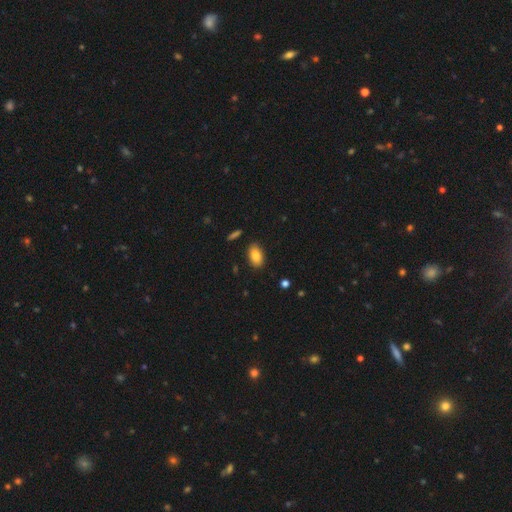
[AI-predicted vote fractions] A smooth galaxy with no disk features (86%) that is in between round and cigar-shaped (92%).

Vote fractions:
- Smooth or featured? smooth: 86% / star or artifact: 8% / featured or disk: 6%
- How rounded? in between: 92% / round: 5% / cigar-shaped: 2%
- Merging? none: 86% / minor disturbance: 10% / major disturbance: 2% / merger: 2%